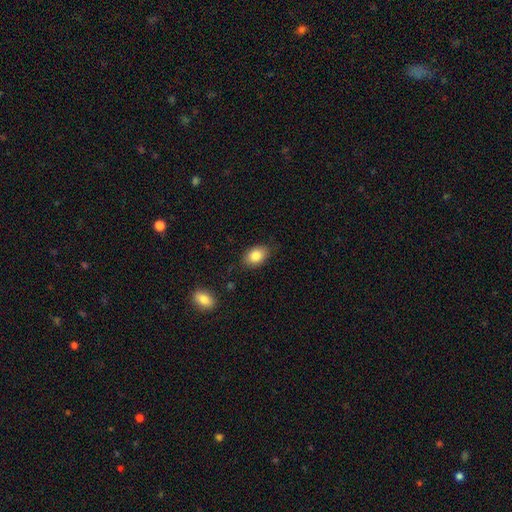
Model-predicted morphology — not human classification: The model was most divided on "how rounded": in between: 83%, round: 16%, cigar-shaped: 1%. More confident: smooth or featured — smooth (84%); merging — none (82%).